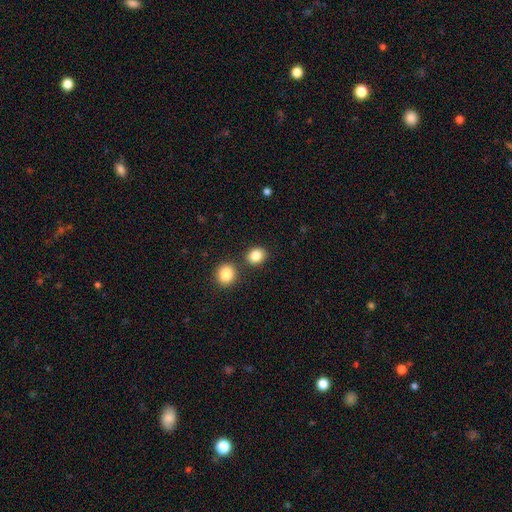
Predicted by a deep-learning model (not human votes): Smooth or featured? Predicted: smooth (p=0.85). How rounded? Predicted: round (p=0.69). Merging? Predicted: none (p=0.78).